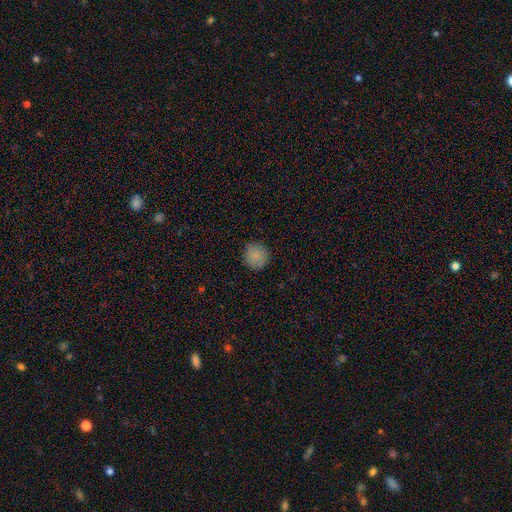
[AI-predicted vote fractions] Q: Smooth or featured?
A: smooth (86%); runner-up: star or artifact (9%)
Q: How rounded?
A: round (91%); runner-up: in between (8%)
Q: Merging?
A: none (87%); runner-up: minor disturbance (10%)